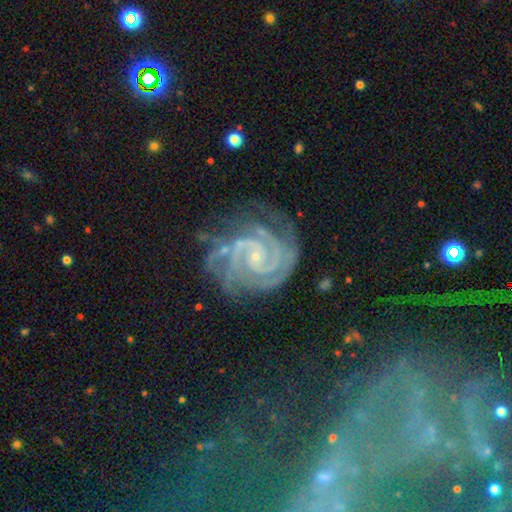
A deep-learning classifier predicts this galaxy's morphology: A featured or disk galaxy (92%) with no bar (55%), 2 (47%) tight (77%) spiral arms (99%) and a small central bulge (86%). Merging: none (67%).